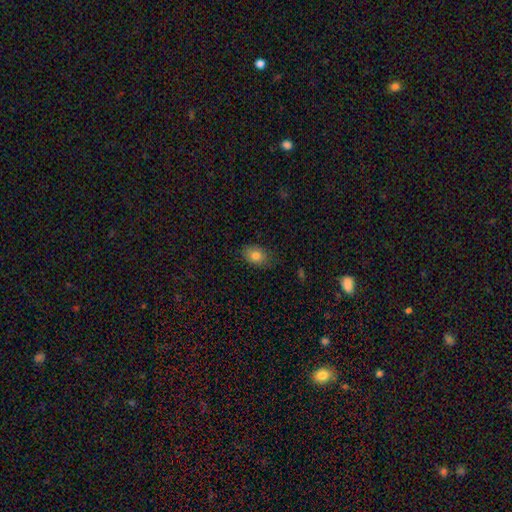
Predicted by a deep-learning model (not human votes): smooth_or_featured: smooth (p=0.81) [alt: featured or disk p=0.10]
how_rounded: in between (p=0.77) [alt: round p=0.22]
merging: none (p=0.78) [alt: minor disturbance p=0.18]